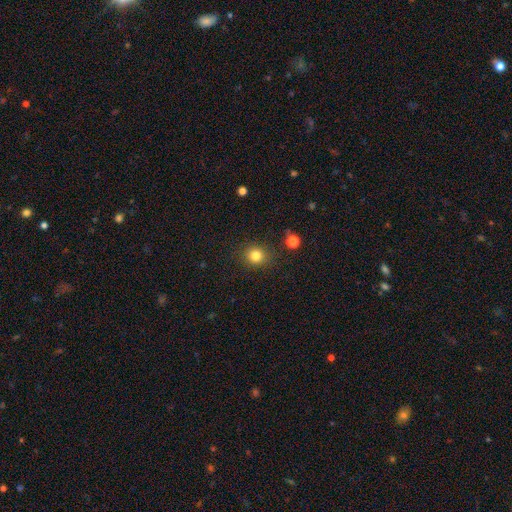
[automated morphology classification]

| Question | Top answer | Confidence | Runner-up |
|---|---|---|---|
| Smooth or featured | smooth | 82% | star or artifact (13%) |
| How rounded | round | 84% | in between (15%) |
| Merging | none | 87% | minor disturbance (8%) |